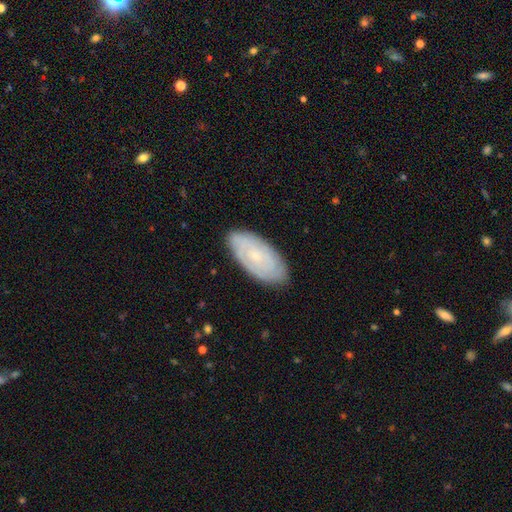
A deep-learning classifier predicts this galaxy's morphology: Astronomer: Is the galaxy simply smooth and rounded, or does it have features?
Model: featured or disk — 54% (runner-up: smooth, 39%).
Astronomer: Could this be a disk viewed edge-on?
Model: no — 91%.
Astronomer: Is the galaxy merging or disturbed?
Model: none — 84%.